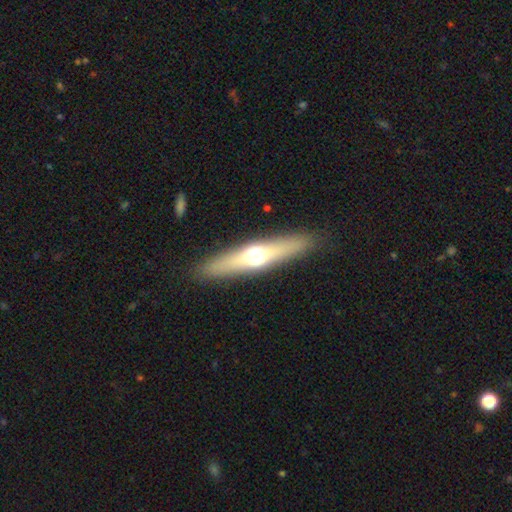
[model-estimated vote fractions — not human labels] Q: Smooth or featured?
A: featured or disk (51%); runner-up: smooth (41%)
Q: Edge-on disk?
A: yes (86%); runner-up: no (14%)
Q: Merging?
A: none (89%); runner-up: minor disturbance (7%)